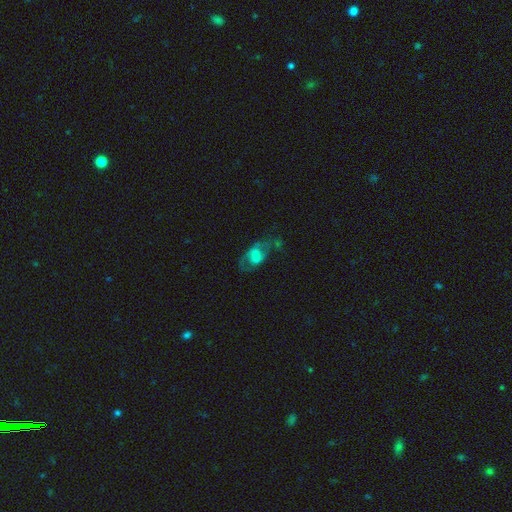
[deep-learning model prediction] The model was most divided on "merging": none: 43%, major disturbance: 31%, minor disturbance: 23%, merger: 4%. Remaining: edge-on disk — no (94%); spiral arms — yes (64%); smooth or featured — featured or disk (55%); bar — no (54%); bulge size — none (41%).